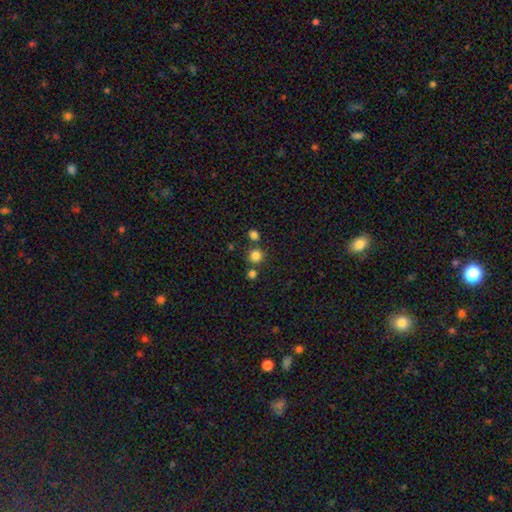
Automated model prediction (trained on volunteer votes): Smooth or featured?
  - smooth: 80% *
  - star or artifact: 15%
  - featured or disk: 5%
How rounded?
  - round: 93% *
  - in between: 6%
  - cigar-shaped: 1%
Merging?
  - none: 77% *
  - merger: 13%
  - minor disturbance: 7%
  - major disturbance: 3%